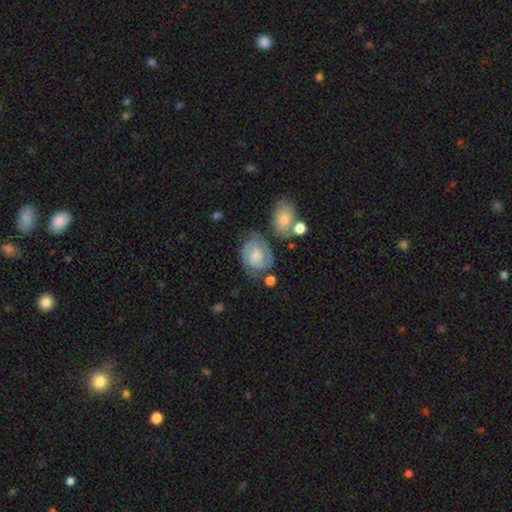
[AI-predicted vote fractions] Smooth or featured? Predicted: featured or disk (p=0.70). Edge-on disk? Predicted: no (p=0.97). Bar? Predicted: no (p=0.62). Spiral arms? Predicted: yes (p=0.92). Spiral winding? Predicted: tight (p=0.54). Spiral arm count? Predicted: 2 (p=0.73). Bulge size? Predicted: small (p=0.31). Merging? Predicted: none (p=0.61).